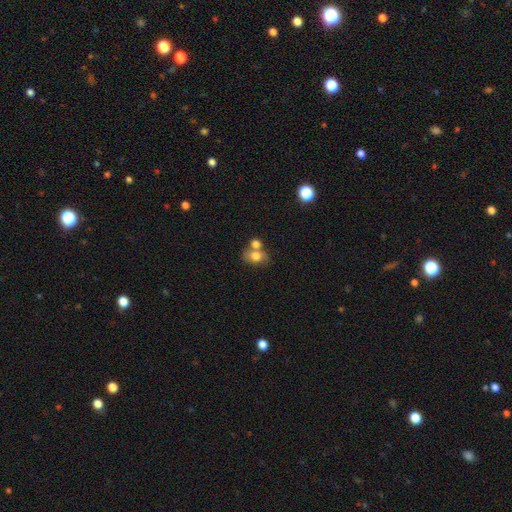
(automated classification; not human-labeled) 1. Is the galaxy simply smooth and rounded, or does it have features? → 75% smooth, 16% featured or disk, 10% star or artifact.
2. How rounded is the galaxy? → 58% in between, 41% round, 1% cigar-shaped.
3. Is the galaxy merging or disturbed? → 43% merger, 41% none, 12% minor disturbance, 5% major disturbance.